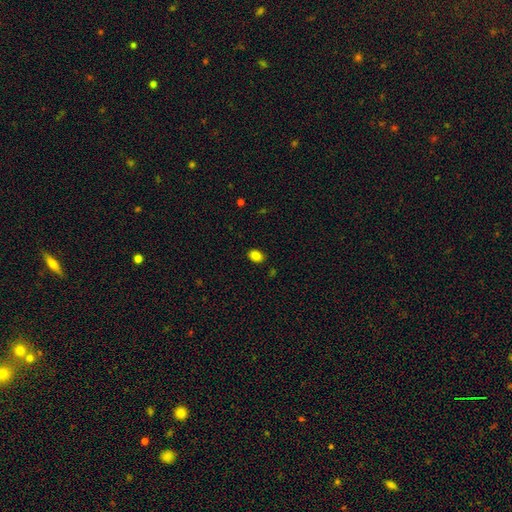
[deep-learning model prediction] Q: Smooth or featured?
A: smooth (85%); runner-up: star or artifact (11%)
Q: How rounded?
A: in between (73%); runner-up: round (26%)
Q: Merging?
A: none (87%); runner-up: minor disturbance (9%)